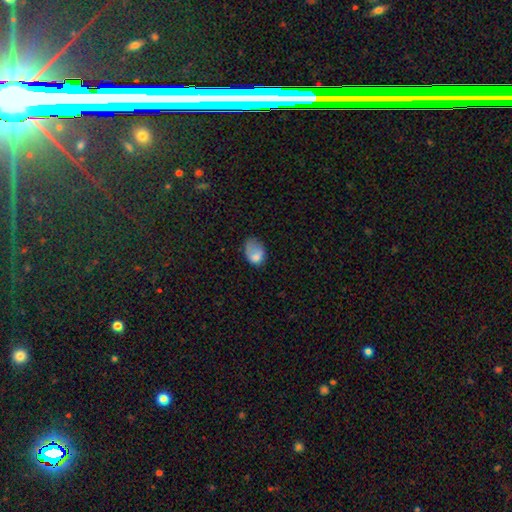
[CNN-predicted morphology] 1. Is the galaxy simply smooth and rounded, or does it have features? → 74% smooth, 17% featured or disk, 10% star or artifact.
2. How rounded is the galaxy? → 75% in between, 24% round, 1% cigar-shaped.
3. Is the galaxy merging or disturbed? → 36% major disturbance, 35% minor disturbance, 25% none, 4% merger.